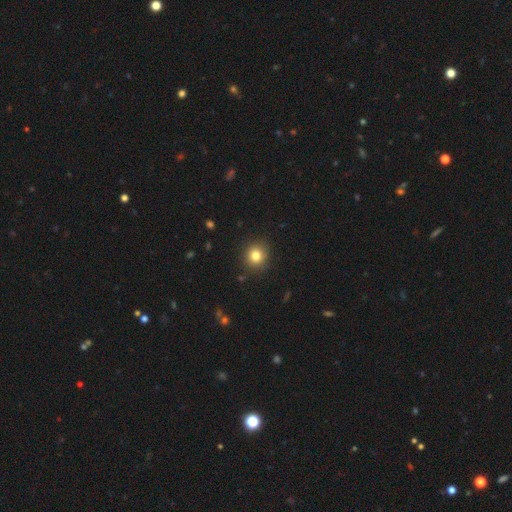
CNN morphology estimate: smooth-or-featured: smooth: 81% | star or artifact: 12% | featured or disk: 7%
  how-rounded: round: 90% | in between: 9% | cigar-shaped: 1%
  merging: none: 89% | minor disturbance: 8% | major disturbance: 2% | merger: 1%